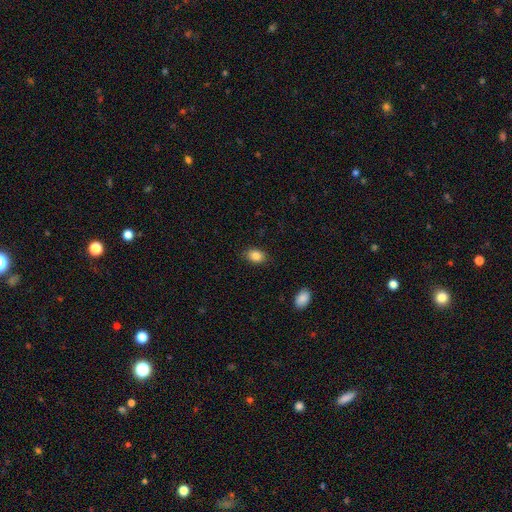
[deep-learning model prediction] Q: Smooth or featured?
A: smooth (86%); runner-up: star or artifact (9%)
Q: How rounded?
A: in between (79%); runner-up: round (20%)
Q: Merging?
A: none (85%); runner-up: minor disturbance (11%)